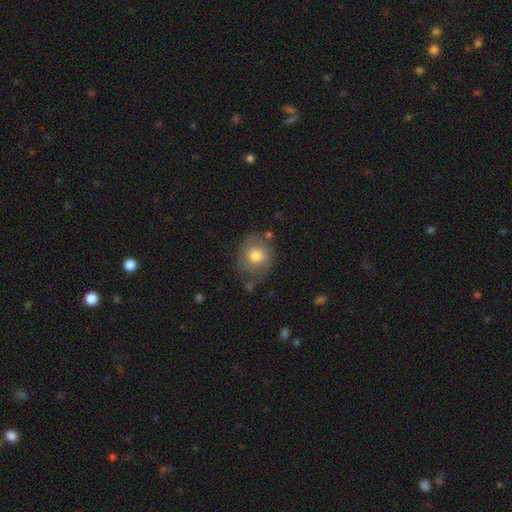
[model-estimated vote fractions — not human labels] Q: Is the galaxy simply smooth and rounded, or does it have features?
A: smooth — 73%.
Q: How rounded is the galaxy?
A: round — 84%.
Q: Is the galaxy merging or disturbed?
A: none — 71%.